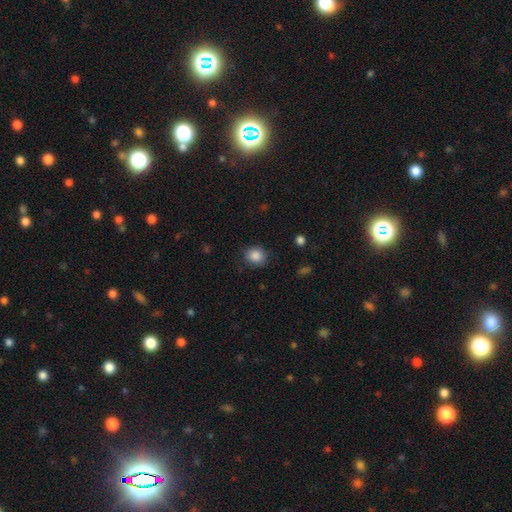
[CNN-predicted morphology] smooth 87%, star or artifact 9%, featured or disk 4%. Down the decision tree: how rounded — round (71%); merging — none (83%).